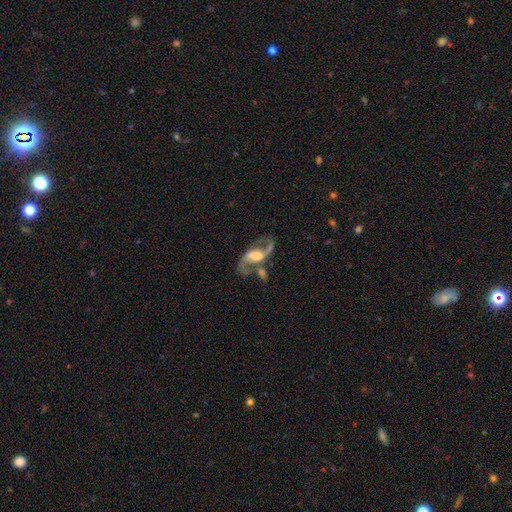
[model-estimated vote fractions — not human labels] Smooth or featured: featured or disk — 86% (smooth — 8%)
Edge-on disk: no — 96% (yes — 4%)
Bar: weak — 42% (strong — 32%)
Spiral arms: yes — 93% (no — 7%)
Spiral winding: loose — 52% (medium — 40%)
Spiral arm count: 2 — 92% (1 — 3%)
Bulge size: moderate — 39% (large — 26%)
Merging: none — 51% (merger — 22%)